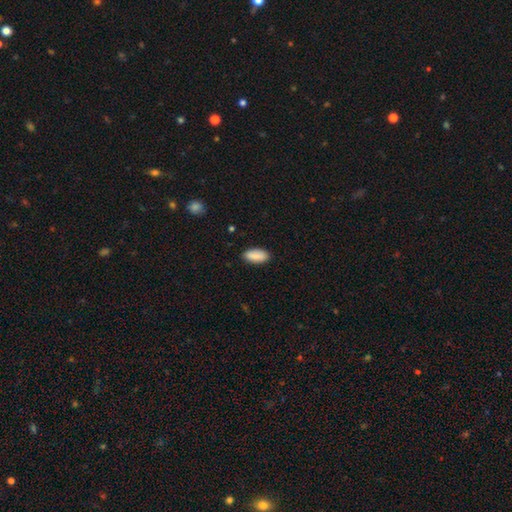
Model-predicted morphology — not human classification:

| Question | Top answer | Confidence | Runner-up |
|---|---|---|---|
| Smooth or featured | smooth | 87% | featured or disk (7%) |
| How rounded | in between | 89% | cigar-shaped (9%) |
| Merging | none | 87% | minor disturbance (10%) |